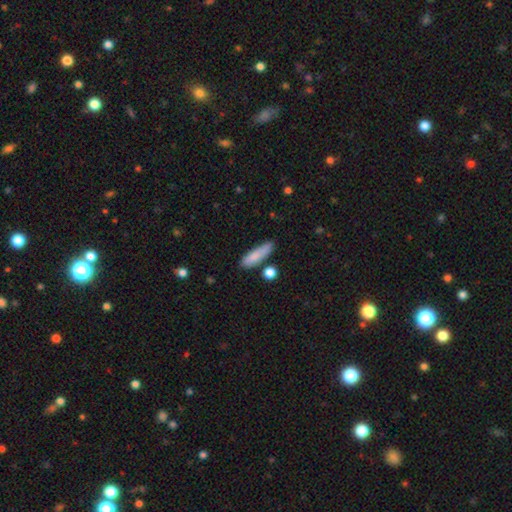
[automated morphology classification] type=smooth (83%); roundness=cigar-shaped (64%); merging=none (71%).